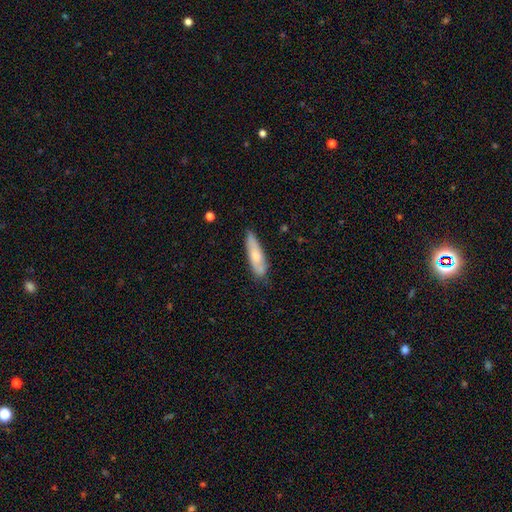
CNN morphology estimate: Smooth or featured?
  - smooth: 65% *
  - featured or disk: 29%
  - star or artifact: 6%
How rounded?
  - cigar-shaped: 66% *
  - in between: 32%
  - round: 2%
Merging?
  - none: 73% *
  - minor disturbance: 21%
  - major disturbance: 4%
  - merger: 3%